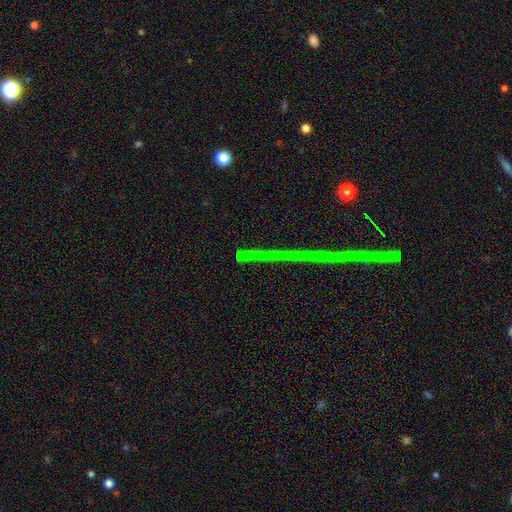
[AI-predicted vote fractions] A star or artifact, not a galaxy (81%).